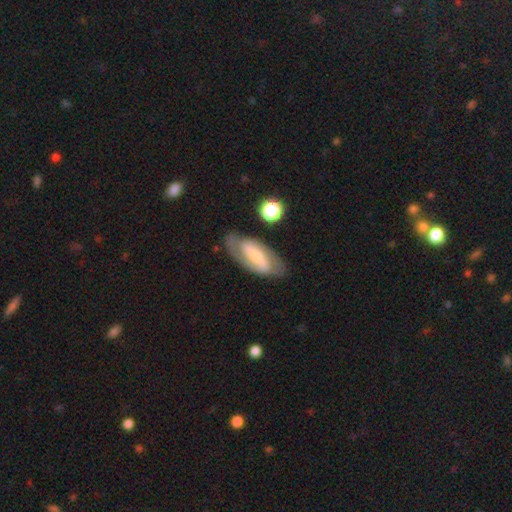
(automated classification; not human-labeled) Morphology: type=featured or disk (68%); edge-on=no (92%); bar=strong (40%); spiral arms=yes (85%); winding=medium (44%); arm count=2 (80%); bulge=small (54%); merging=none (77%).